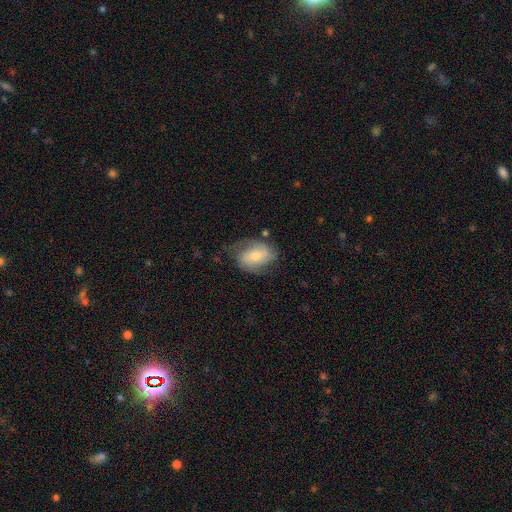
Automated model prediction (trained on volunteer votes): smooth_or_featured: featured or disk (p=0.48) [alt: smooth p=0.45]
merging: none (p=0.50) [alt: minor disturbance p=0.30]